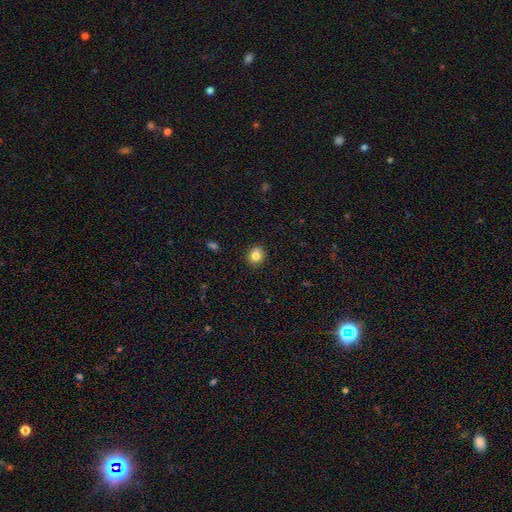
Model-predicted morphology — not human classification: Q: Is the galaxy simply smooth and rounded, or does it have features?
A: smooth — 81%.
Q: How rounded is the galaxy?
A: round — 81%.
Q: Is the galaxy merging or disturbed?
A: none — 84%.